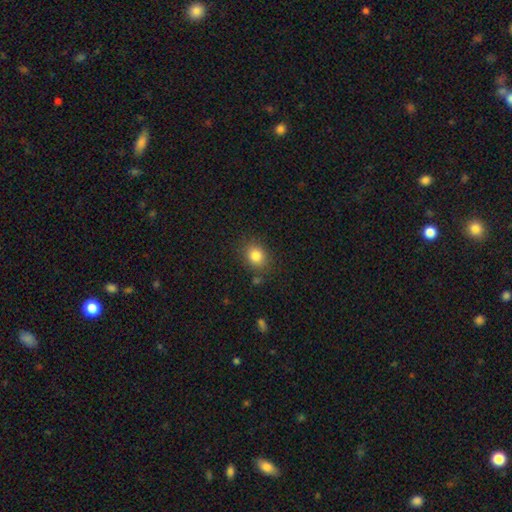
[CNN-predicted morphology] The model was most divided on "how rounded": round: 64%, in between: 35%, cigar-shaped: 1%. More confident: smooth or featured — smooth (83%); merging — none (83%).